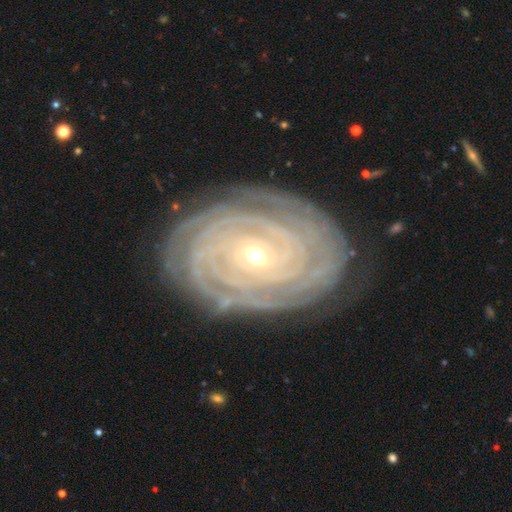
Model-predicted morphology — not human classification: The model was most divided on "spiral arm count": more than 4: 25%, 4: 22%, can't tell: 18%, 3: 14%, 2: 13%, 1: 8%. More confident: spiral arms — yes (98%); edge-on disk — no (97%); smooth or featured — featured or disk (92%); spiral winding — tight (91%); merging — none (85%); bulge size — small (74%); bar — no (64%).